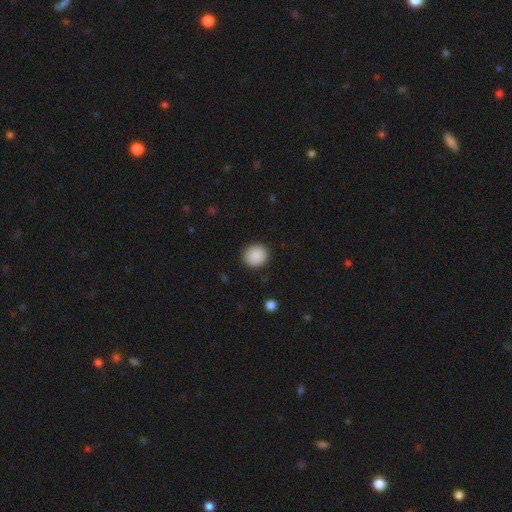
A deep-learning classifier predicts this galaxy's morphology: A smooth galaxy with no disk features (89%) that is round (89%).

Vote fractions:
- Smooth or featured? smooth: 89% / star or artifact: 8% / featured or disk: 3%
- How rounded? round: 89% / in between: 10% / cigar-shaped: 1%
- Merging? none: 91% / minor disturbance: 6% / major disturbance: 2% / merger: 1%